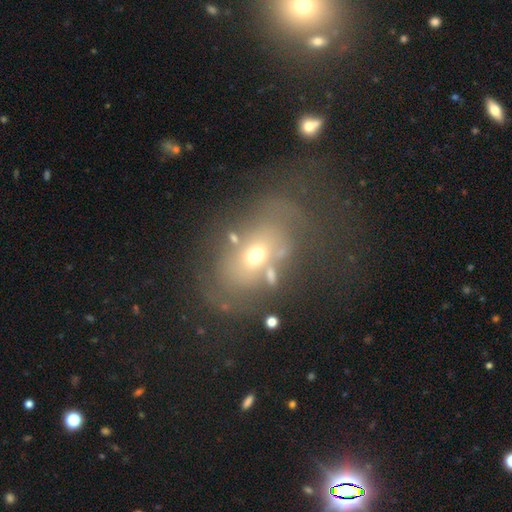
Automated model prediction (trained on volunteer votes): A smooth galaxy with no disk features (48%).

Vote fractions:
- Smooth or featured? smooth: 48% / featured or disk: 38% / star or artifact: 15%
- Merging? none: 45% / major disturbance: 25% / minor disturbance: 21% / merger: 9%